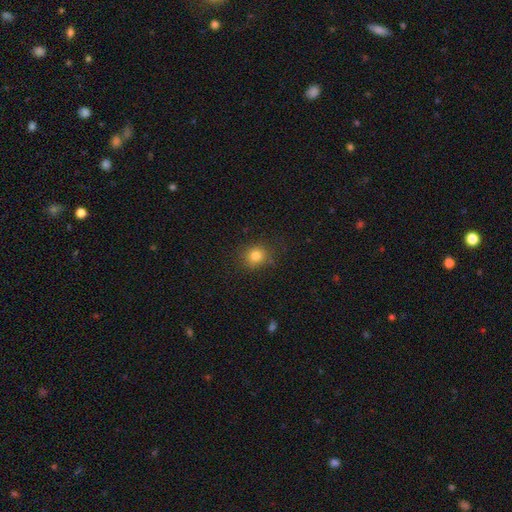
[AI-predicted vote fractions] This appears to be a smooth galaxy with no disk features (80%) that is round (81%). Merging: none (82%).